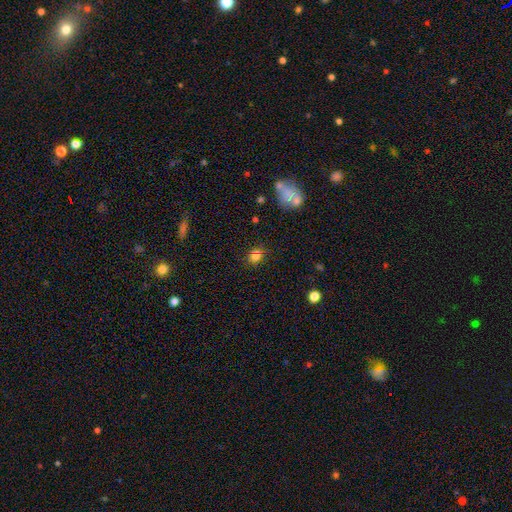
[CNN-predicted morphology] Q: Smooth or featured?
A: smooth (73%); runner-up: star or artifact (19%)
Q: How rounded?
A: round (59%); runner-up: in between (39%)
Q: Merging?
A: none (74%); runner-up: minor disturbance (13%)